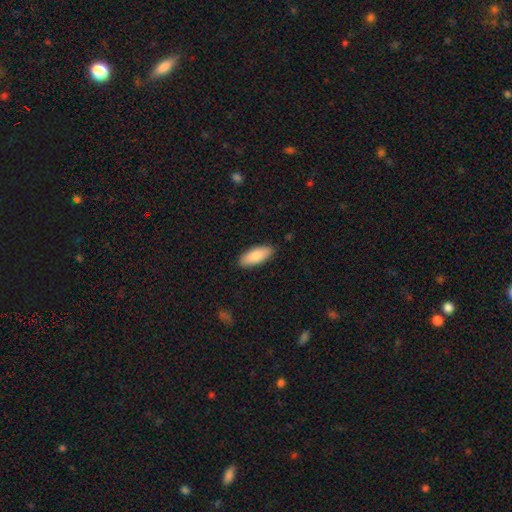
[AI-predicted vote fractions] Smooth or featured? Predicted: smooth (p=0.87). How rounded? Predicted: in between (p=0.76). Merging? Predicted: none (p=0.88).